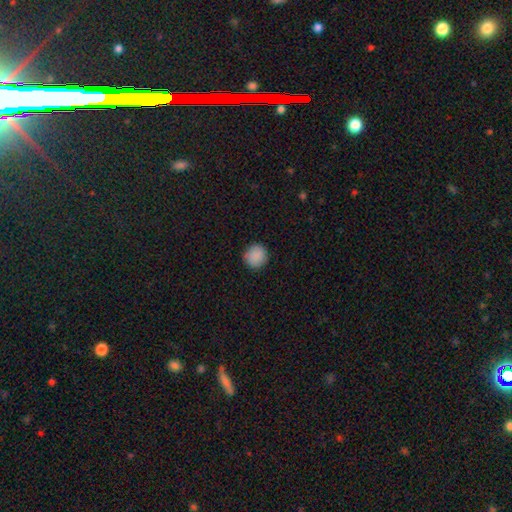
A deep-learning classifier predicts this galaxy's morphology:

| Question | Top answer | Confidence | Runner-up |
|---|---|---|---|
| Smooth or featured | smooth | 89% | star or artifact (8%) |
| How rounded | round | 90% | in between (9%) |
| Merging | none | 89% | minor disturbance (8%) |